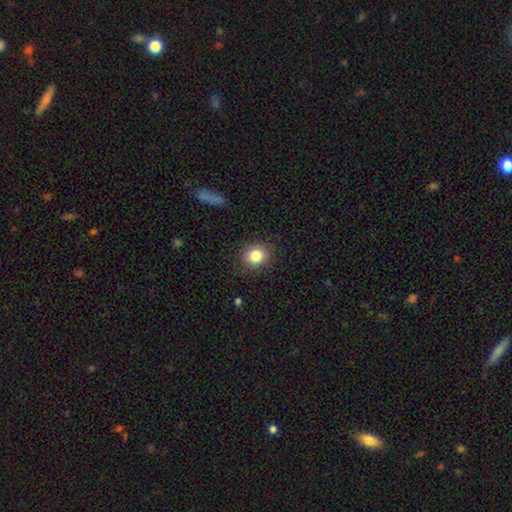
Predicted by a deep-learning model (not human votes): Morphology: type=smooth (84%); roundness=round (73%); merging=none (88%).